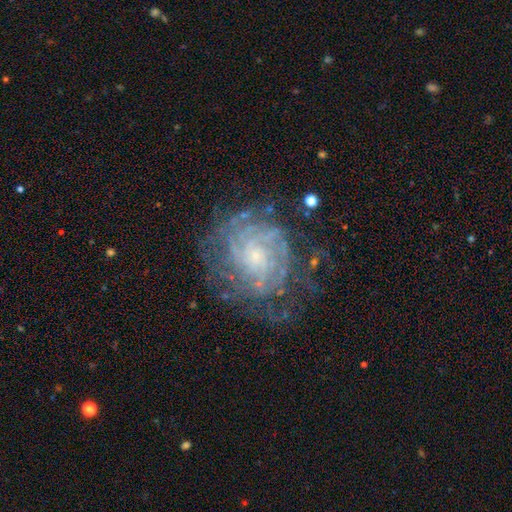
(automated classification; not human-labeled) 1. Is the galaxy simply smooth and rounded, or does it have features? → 80% featured or disk, 11% smooth, 9% star or artifact.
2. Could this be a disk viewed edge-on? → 98% no, 2% yes.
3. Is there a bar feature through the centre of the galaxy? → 75% no, 21% weak, 4% strong.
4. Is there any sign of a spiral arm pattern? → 90% yes, 10% no.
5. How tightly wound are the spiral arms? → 70% tight, 23% medium, 7% loose.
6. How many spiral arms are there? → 46% can't tell, 15% 4, 14% more than 4, 10% 3, 9% 2, 6% 1.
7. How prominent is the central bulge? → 76% small, 15% moderate, 7% none, 2% large, 1% dominant.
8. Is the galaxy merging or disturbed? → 67% none, 18% minor disturbance, 13% major disturbance, 2% merger.